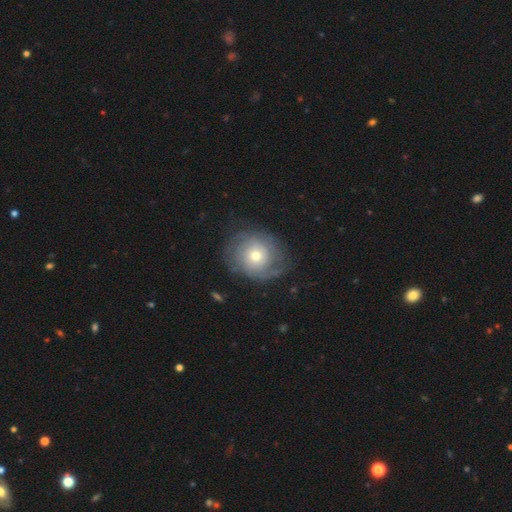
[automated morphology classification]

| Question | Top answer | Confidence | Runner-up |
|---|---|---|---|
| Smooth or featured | featured or disk | 71% | smooth (22%) |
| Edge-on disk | no | 97% | yes (3%) |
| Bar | no | 82% | weak (16%) |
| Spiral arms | yes | 88% | no (12%) |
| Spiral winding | tight | 65% | medium (25%) |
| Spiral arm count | can't tell | 38% | 2 (30%) |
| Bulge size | moderate | 67% | small (24%) |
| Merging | none | 74% | minor disturbance (17%) |